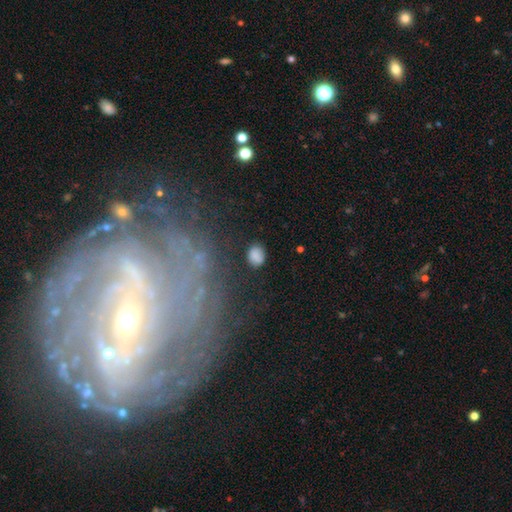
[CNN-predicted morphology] The model was most divided on "how rounded": in between: 50%, round: 48%, cigar-shaped: 1%. More confident: smooth or featured — smooth (82%); merging — none (78%).